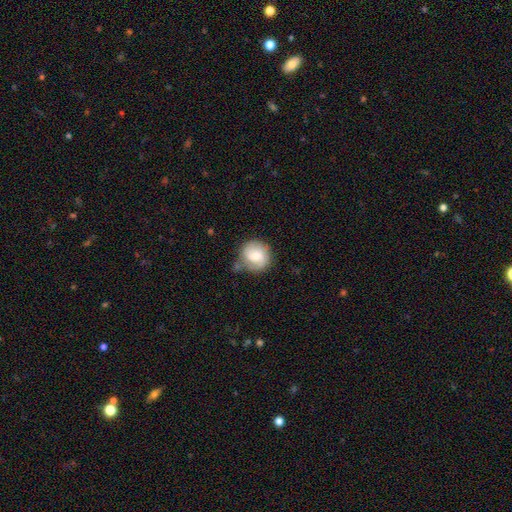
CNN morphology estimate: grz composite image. It shows a smooth galaxy with no disk features (58%) that is round (87%). Merging: none (59%).